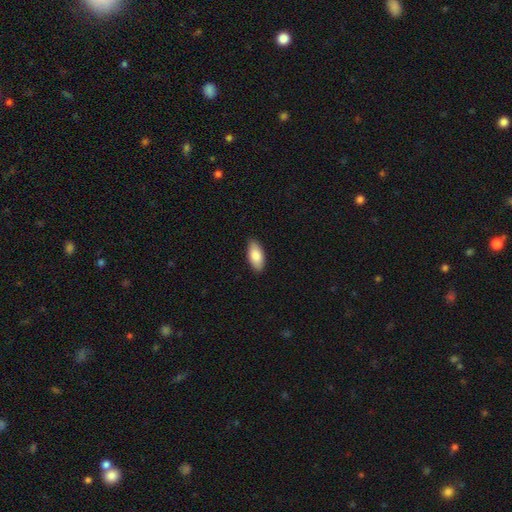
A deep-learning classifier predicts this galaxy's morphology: type=smooth (86%); roundness=in between (90%); merging=none (88%).